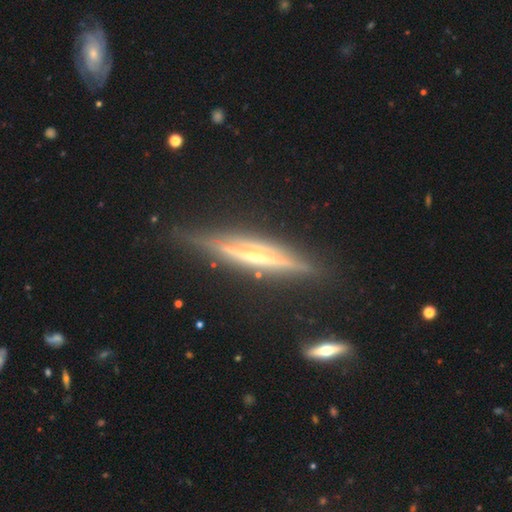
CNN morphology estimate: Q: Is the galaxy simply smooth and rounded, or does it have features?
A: featured or disk — 85%.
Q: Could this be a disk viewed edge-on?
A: yes — 97%.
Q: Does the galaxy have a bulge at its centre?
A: rounded — 60%.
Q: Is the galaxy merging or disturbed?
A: none — 83%.